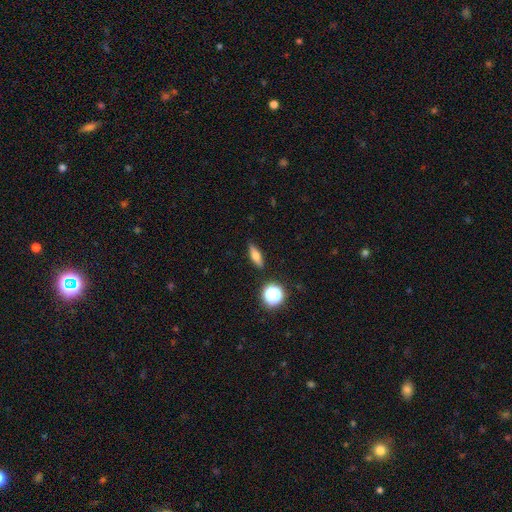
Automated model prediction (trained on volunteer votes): This appears to be a smooth galaxy with no disk features (64%) that is in between round and cigar-shaped (51%). Merging: none (87%).